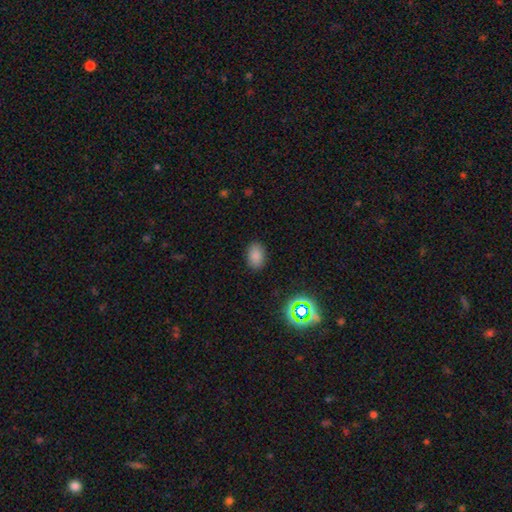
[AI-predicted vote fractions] Smooth or featured: smooth — 82% (star or artifact — 13%)
How rounded: in between — 84% (round — 15%)
Merging: none — 87% (minor disturbance — 9%)